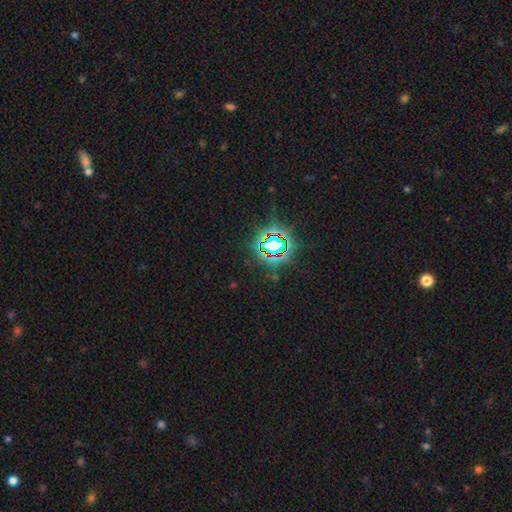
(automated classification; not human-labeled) Morphology: type=star or artifact (80%).